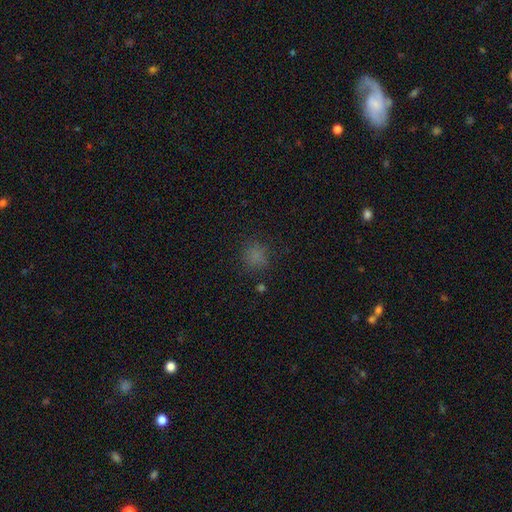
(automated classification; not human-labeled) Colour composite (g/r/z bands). It shows a smooth galaxy with no disk features (73%) that is round (81%). Merging: none (79%).